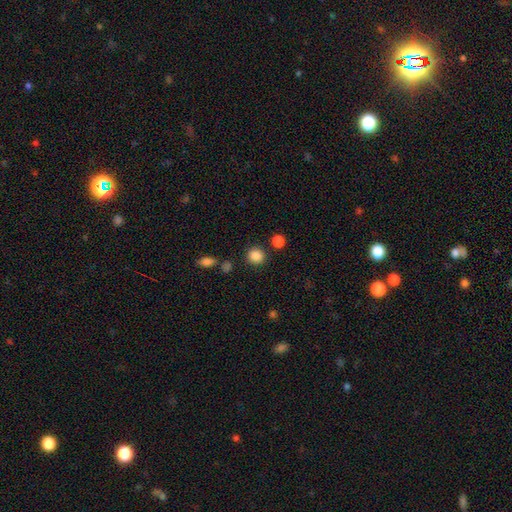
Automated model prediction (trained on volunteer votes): Overall: smooth (87%). How rounded: round (87%). Merging: none (85%).